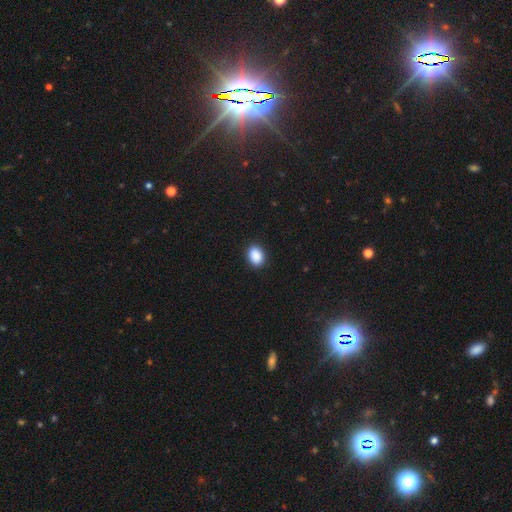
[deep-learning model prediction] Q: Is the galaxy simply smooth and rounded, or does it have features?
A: smooth — 90%.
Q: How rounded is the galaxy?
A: in between — 70%.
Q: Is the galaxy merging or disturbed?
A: none — 90%.